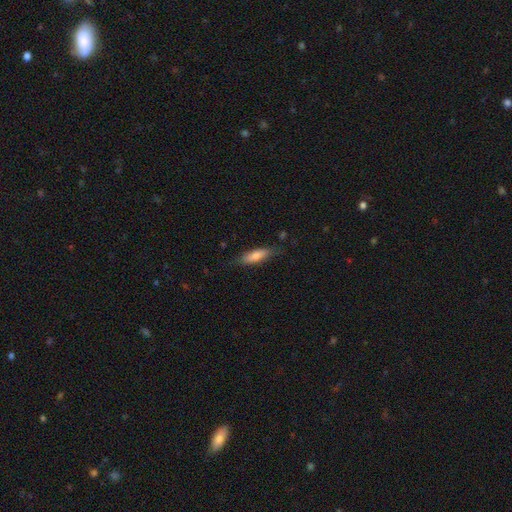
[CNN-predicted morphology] A smooth galaxy with no disk features (70%) that is cigar-shaped (59%). Merging: none (75%).